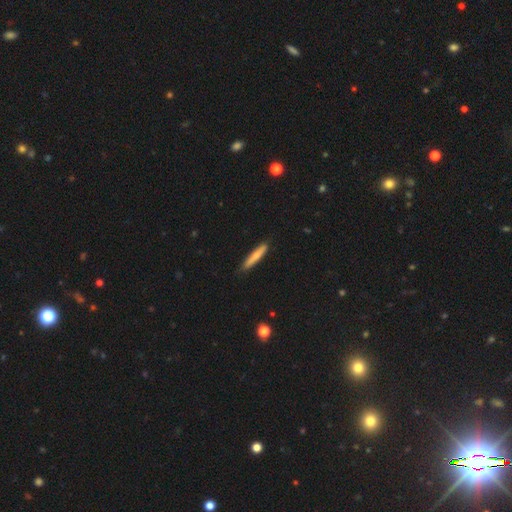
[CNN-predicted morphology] smooth 71%, featured or disk 23%, star or artifact 6%. Down the decision tree: how rounded — cigar-shaped (92%); merging — none (83%).